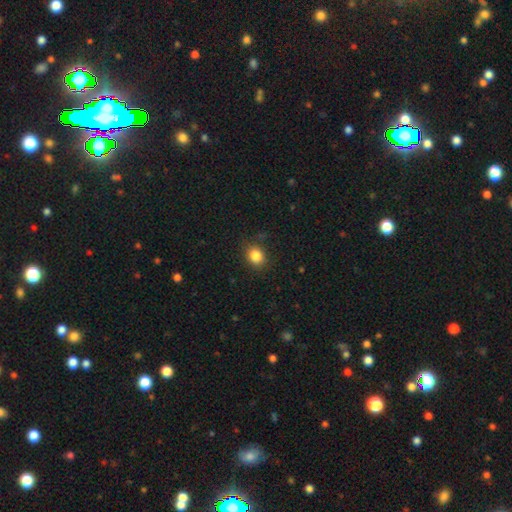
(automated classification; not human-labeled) Smooth or featured?
  - smooth: 85% *
  - star or artifact: 11%
  - featured or disk: 4%
How rounded?
  - round: 65% *
  - in between: 34%
  - cigar-shaped: 1%
Merging?
  - none: 83% *
  - minor disturbance: 12%
  - major disturbance: 3%
  - merger: 1%